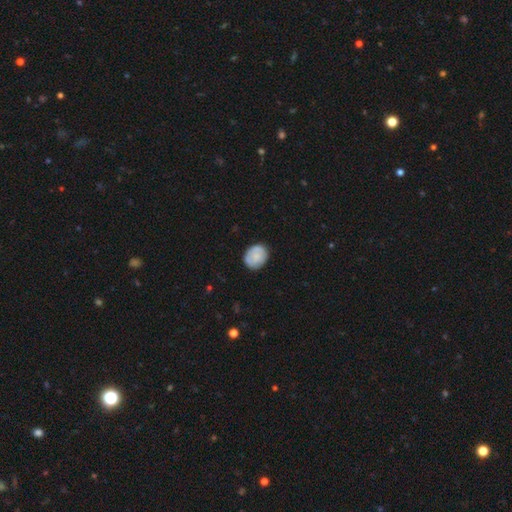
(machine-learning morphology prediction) The model was most divided on "how rounded": round: 56%, in between: 43%, cigar-shaped: 1%. More confident: merging — none (81%); smooth or featured — smooth (71%).